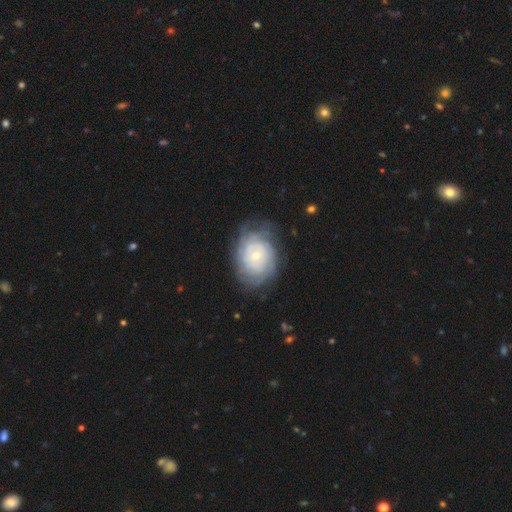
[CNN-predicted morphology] The model was most divided on "merging": none: 64%, minor disturbance: 22%, major disturbance: 12%, merger: 2%. More confident: edge-on disk — no (97%); spiral arms — yes (83%); bar — no (79%); spiral winding — tight (74%); bulge size — small (71%); smooth or featured — featured or disk (70%); spiral arm count — can't tell (60%).